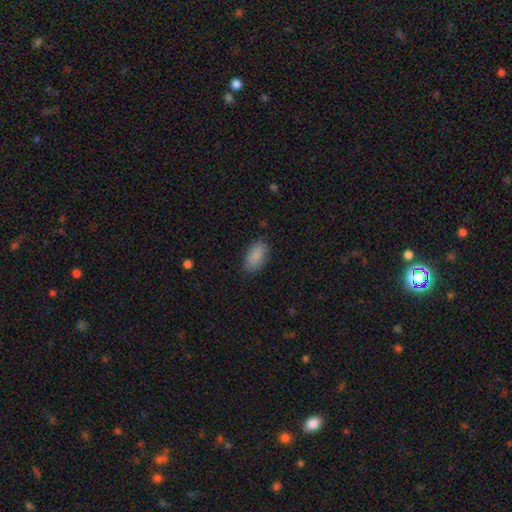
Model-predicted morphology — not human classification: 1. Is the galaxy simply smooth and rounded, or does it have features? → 89% smooth, 7% star or artifact, 5% featured or disk.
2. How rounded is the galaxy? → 93% in between, 4% cigar-shaped, 3% round.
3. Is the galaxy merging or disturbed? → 86% none, 11% minor disturbance, 3% major disturbance, 1% merger.